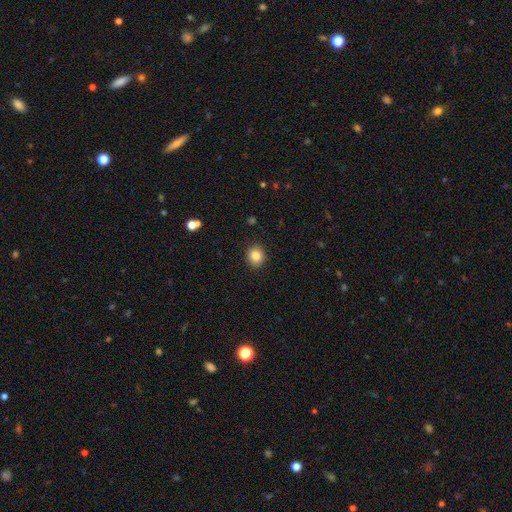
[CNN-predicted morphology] The model was most divided on "how rounded": round: 74%, in between: 26%, cigar-shaped: 1%. More confident: merging — none (90%); smooth or featured — smooth (84%).